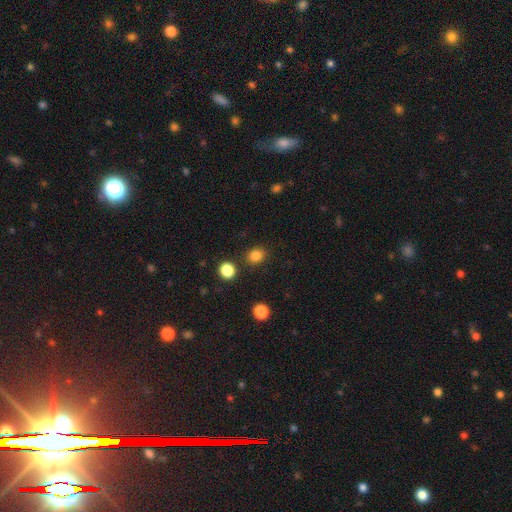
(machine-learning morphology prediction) The model was most divided on "how rounded": round: 74%, in between: 25%, cigar-shaped: 1%. More confident: merging — none (85%); smooth or featured — smooth (83%).